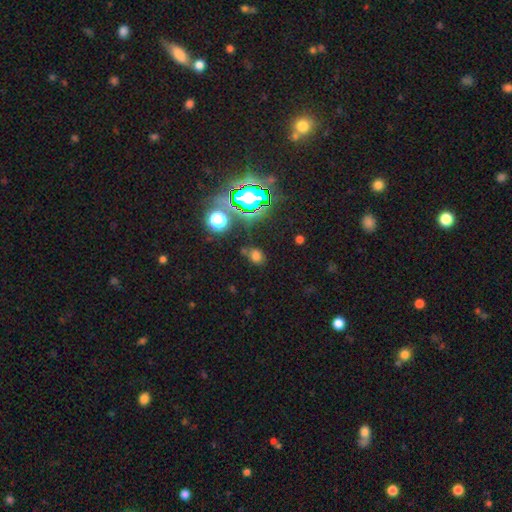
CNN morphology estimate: Overall: smooth (58%; star or artifact 34%). How rounded: in between (55%; round 43%). Merging: none (65%).